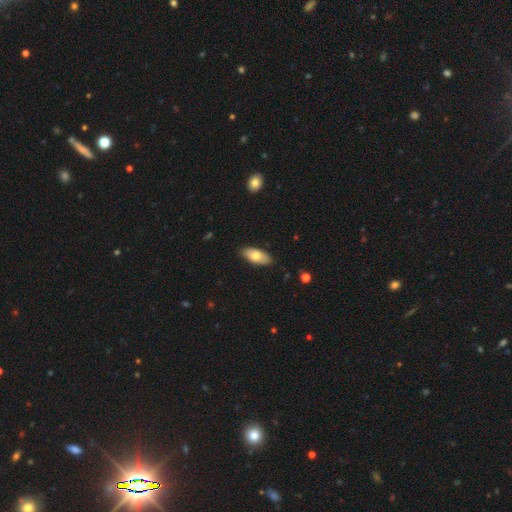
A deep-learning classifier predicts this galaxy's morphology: Smooth or featured?
  - smooth: 74% *
  - featured or disk: 20%
  - star or artifact: 6%
How rounded?
  - in between: 88% *
  - cigar-shaped: 10%
  - round: 3%
Merging?
  - none: 87% *
  - minor disturbance: 10%
  - major disturbance: 2%
  - merger: 1%